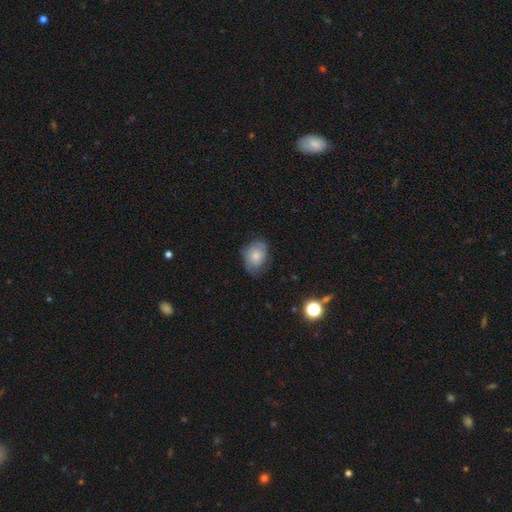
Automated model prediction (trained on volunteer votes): smooth_or_featured: smooth (p=0.68) [alt: featured or disk p=0.23]
how_rounded: in between (p=0.67) [alt: round p=0.32]
merging: none (p=0.63) [alt: minor disturbance p=0.27]